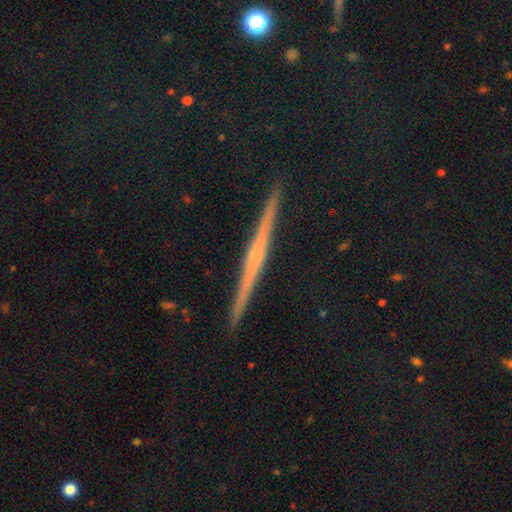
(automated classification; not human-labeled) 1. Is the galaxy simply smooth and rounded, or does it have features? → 67% featured or disk, 17% smooth, 16% star or artifact.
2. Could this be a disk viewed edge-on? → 98% yes, 2% no.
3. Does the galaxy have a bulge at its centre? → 48% rounded, 36% none, 16% boxy.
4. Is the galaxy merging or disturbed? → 93% none, 5% minor disturbance, 1% major disturbance, 1% merger.